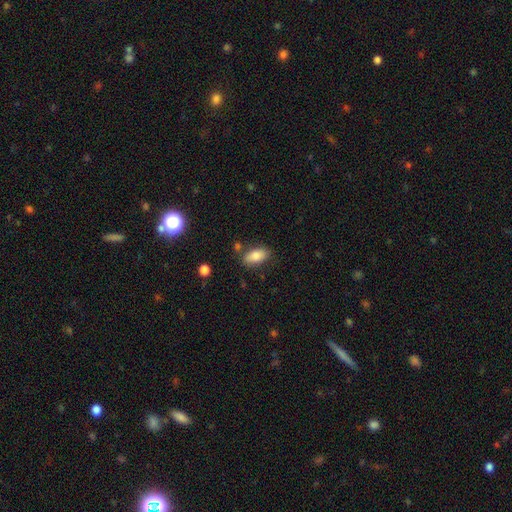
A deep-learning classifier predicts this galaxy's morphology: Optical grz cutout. It shows a smooth galaxy with no disk features (82%) that is in between round and cigar-shaped (91%). Merging: none (76%).